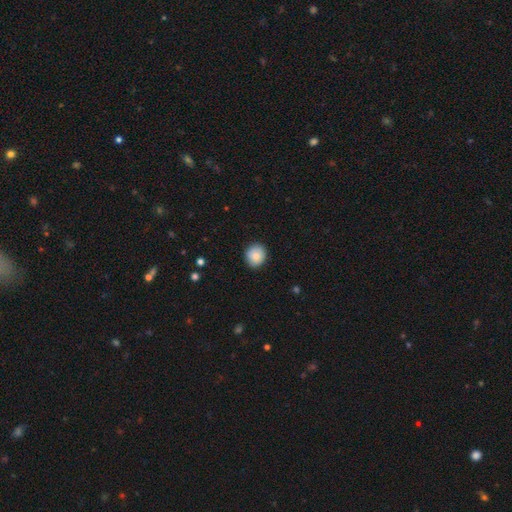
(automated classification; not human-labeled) Smooth or featured?
  - smooth: 84% *
  - featured or disk: 8%
  - star or artifact: 8%
How rounded?
  - round: 81% *
  - in between: 18%
  - cigar-shaped: 1%
Merging?
  - none: 88% *
  - minor disturbance: 9%
  - major disturbance: 2%
  - merger: 1%